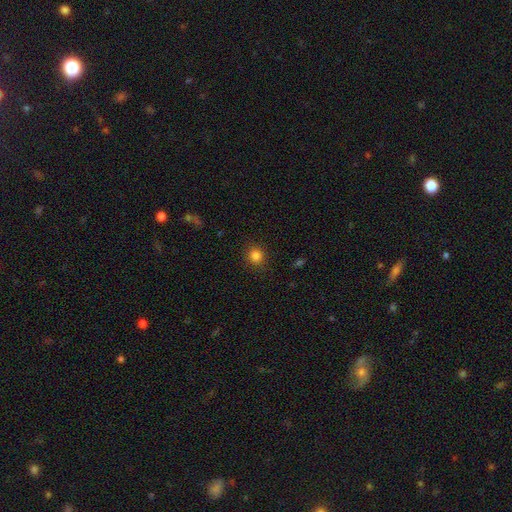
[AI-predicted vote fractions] Smooth or featured? smooth (83%)
How rounded? round (85%)
Merging? none (89%)